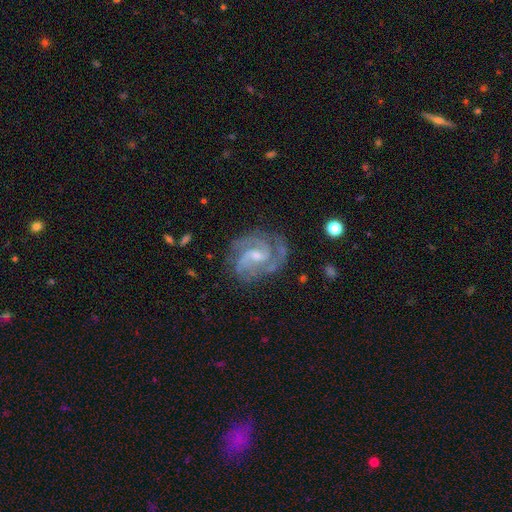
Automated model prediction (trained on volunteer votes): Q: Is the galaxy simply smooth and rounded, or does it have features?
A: featured or disk — 91%.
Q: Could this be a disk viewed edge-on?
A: no — 98%.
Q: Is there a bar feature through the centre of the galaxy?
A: weak — 52%.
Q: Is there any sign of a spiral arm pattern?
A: yes — 98%.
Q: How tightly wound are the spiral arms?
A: medium — 48%.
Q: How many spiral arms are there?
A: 2 — 58%.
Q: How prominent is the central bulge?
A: small — 53%.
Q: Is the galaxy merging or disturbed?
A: none — 73%.